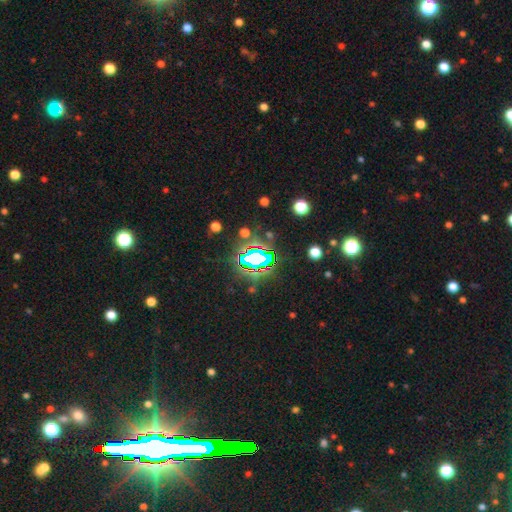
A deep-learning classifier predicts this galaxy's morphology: Overall: star or artifact (71%).